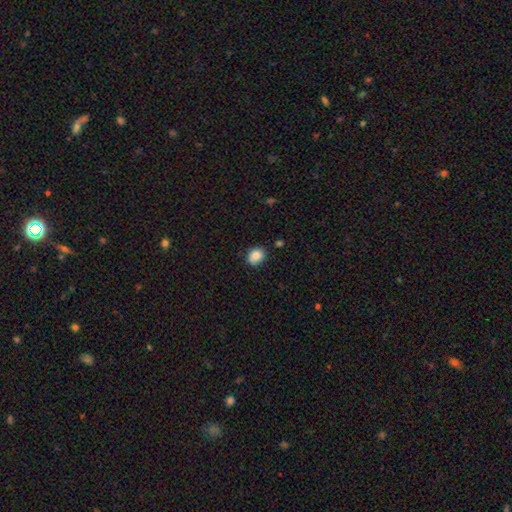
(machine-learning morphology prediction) type=smooth (86%); roundness=round (57%); merging=none (80%).